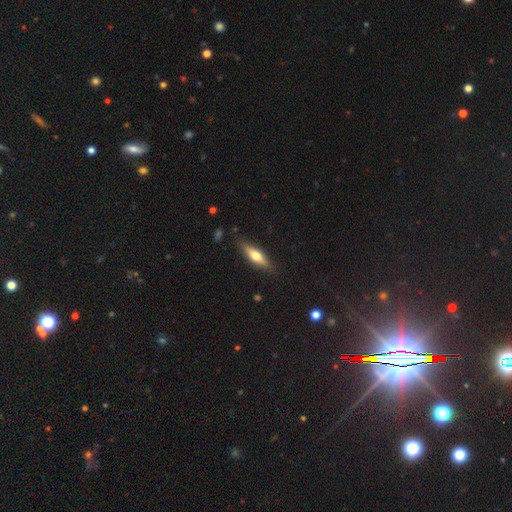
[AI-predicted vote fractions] The model was most divided on "smooth or featured": featured or disk: 48%, smooth: 46%, star or artifact: 6%. More confident: merging — none (85%).